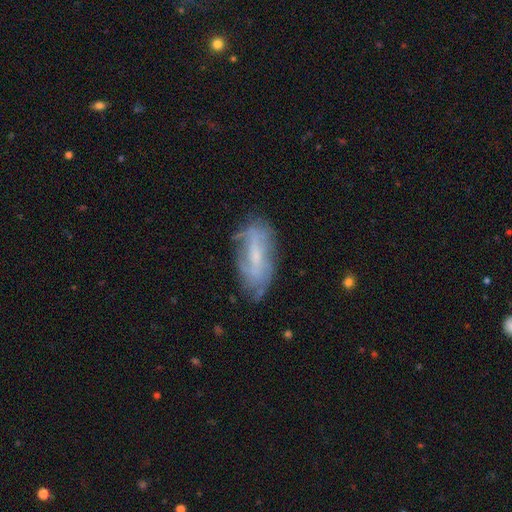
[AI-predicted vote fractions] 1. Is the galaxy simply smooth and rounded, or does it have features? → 57% featured or disk, 35% smooth, 8% star or artifact.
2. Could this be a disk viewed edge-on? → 84% no, 16% yes.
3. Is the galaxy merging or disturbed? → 64% none, 25% minor disturbance, 9% major disturbance, 2% merger.